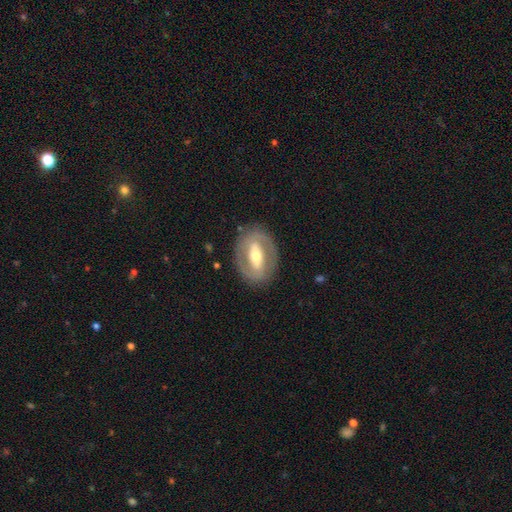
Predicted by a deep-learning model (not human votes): smooth_or_featured: featured or disk (p=0.73) [alt: smooth p=0.22]
disk_edge_on: no (p=0.92) [alt: yes p=0.08]
bar: strong (p=0.54) [alt: weak p=0.28]
has_spiral_arms: yes (p=0.53) [alt: no p=0.47]
bulge_size: moderate (p=0.62) [alt: small p=0.26]
merging: none (p=0.83) [alt: minor disturbance p=0.11]